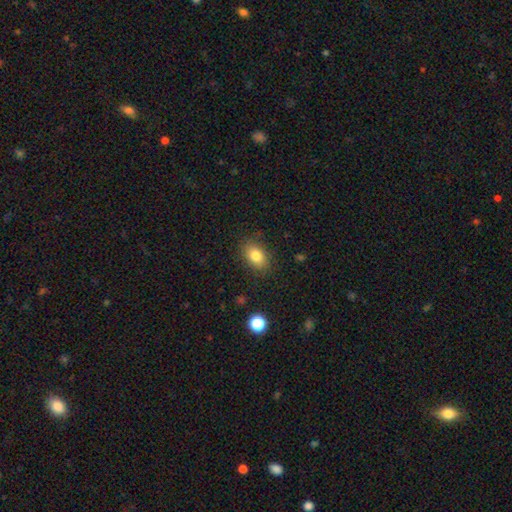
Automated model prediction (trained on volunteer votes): smooth-or-featured: smooth: 82% | star or artifact: 9% | featured or disk: 8%
  how-rounded: in between: 82% | round: 17% | cigar-shaped: 1%
  merging: none: 85% | minor disturbance: 11% | major disturbance: 3% | merger: 1%